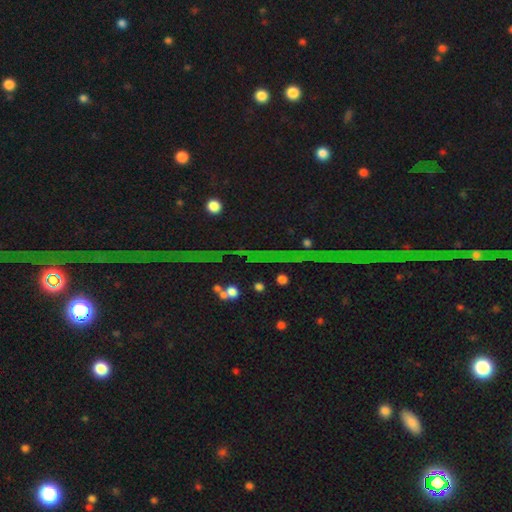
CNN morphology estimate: This appears to be a star or artifact, not a galaxy (83%).